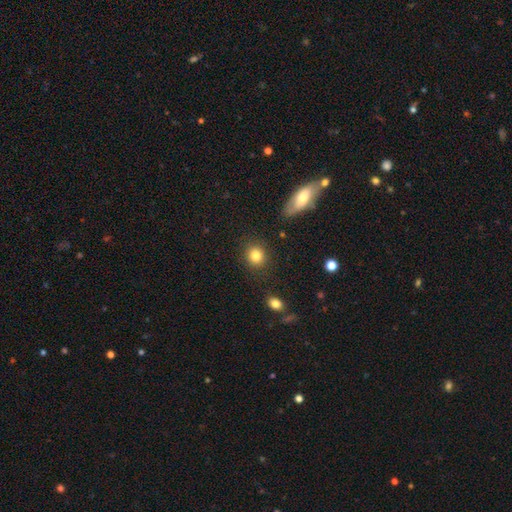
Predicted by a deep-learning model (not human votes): Smooth or featured: smooth — 84% (star or artifact — 10%)
How rounded: round — 83% (in between — 15%)
Merging: none — 87% (minor disturbance — 8%)